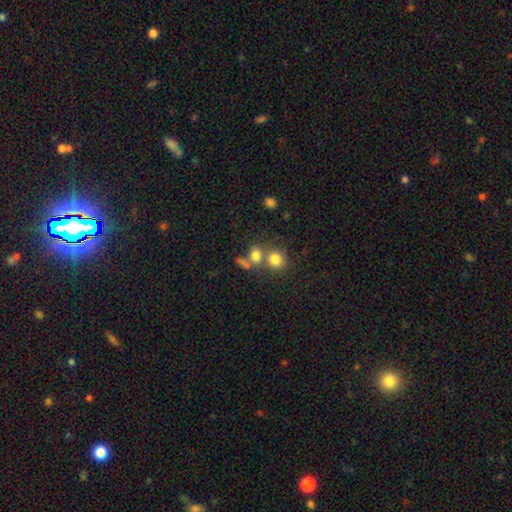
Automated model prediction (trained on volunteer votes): A smooth galaxy with no disk features (74%) that is round (73%).

Vote fractions:
- Smooth or featured? smooth: 74% / star or artifact: 15% / featured or disk: 11%
- How rounded? round: 73% / in between: 26% / cigar-shaped: 1%
- Merging? none: 45% / merger: 41% / minor disturbance: 9% / major disturbance: 5%